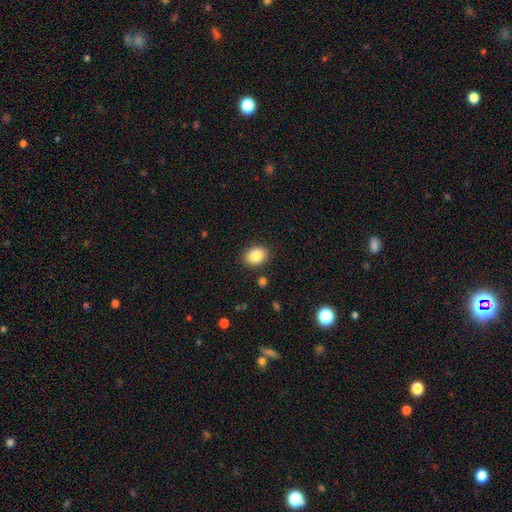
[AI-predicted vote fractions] This appears to be a smooth galaxy with no disk features (87%) that is in between round and cigar-shaped (68%). Merging: none (87%).